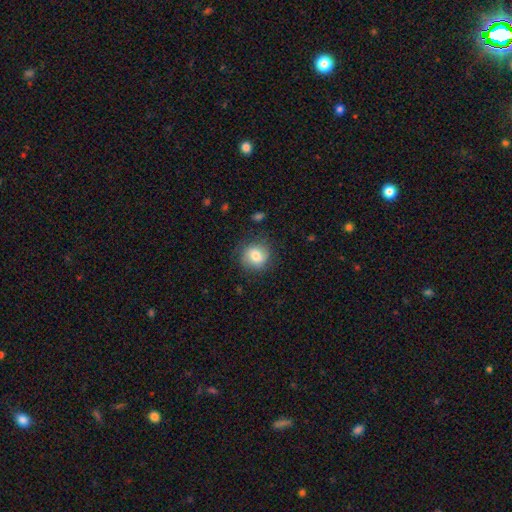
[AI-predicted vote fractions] smooth 77%, featured or disk 14%, star or artifact 9%. Down the decision tree: how rounded — round (85%); merging — none (79%).